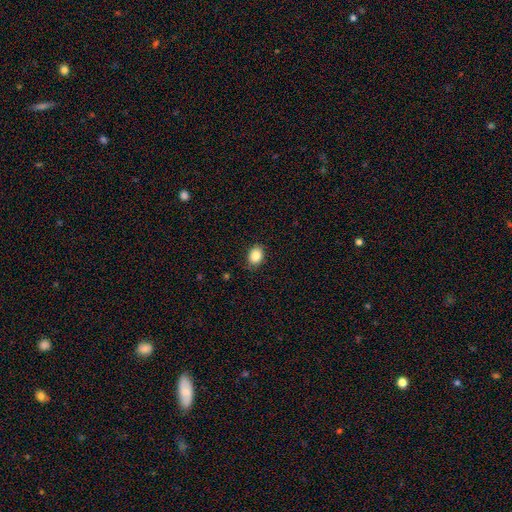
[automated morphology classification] The model was most divided on "how rounded": in between: 64%, round: 35%, cigar-shaped: 1%. More confident: smooth or featured — smooth (86%); merging — none (85%).